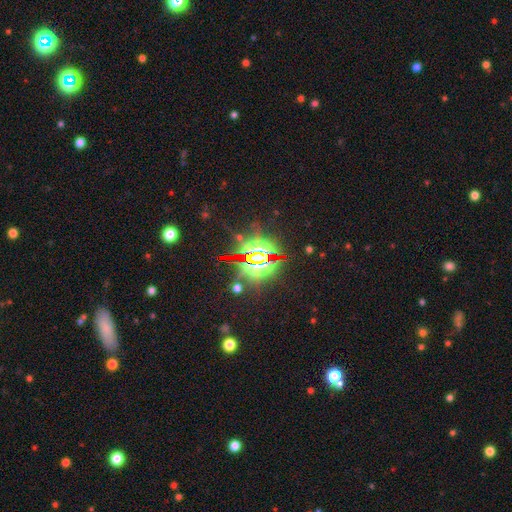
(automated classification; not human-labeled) The model was most divided on "smooth or featured": star or artifact: 82%, featured or disk: 10%, smooth: 9%.